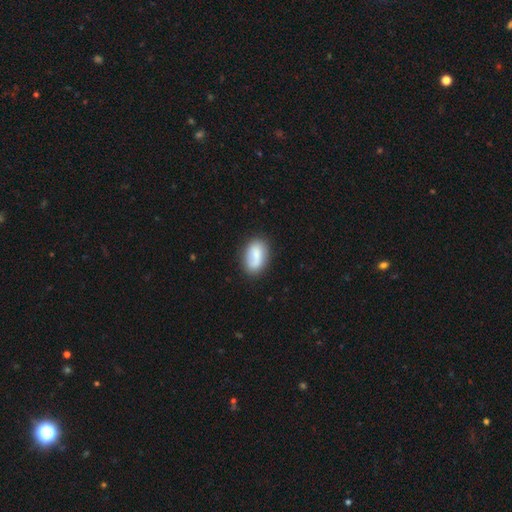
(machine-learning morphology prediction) smooth-or-featured: smooth: 70% | featured or disk: 22% | star or artifact: 7%
  how-rounded: in between: 88% | round: 10% | cigar-shaped: 2%
  merging: none: 69% | minor disturbance: 20% | major disturbance: 7% | merger: 5%